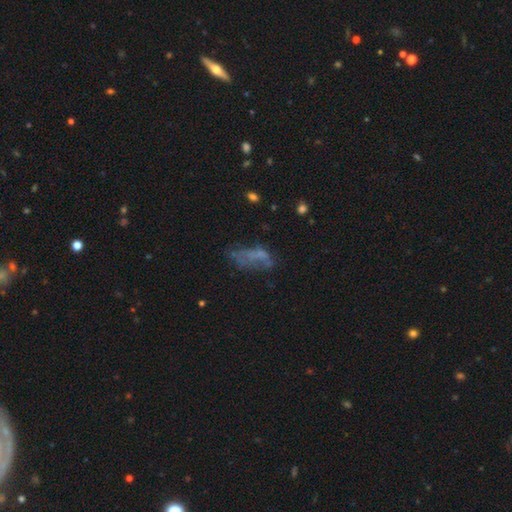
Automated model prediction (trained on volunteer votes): Smooth or featured? featured or disk (40%, tied with smooth)
Merging? none (37%)